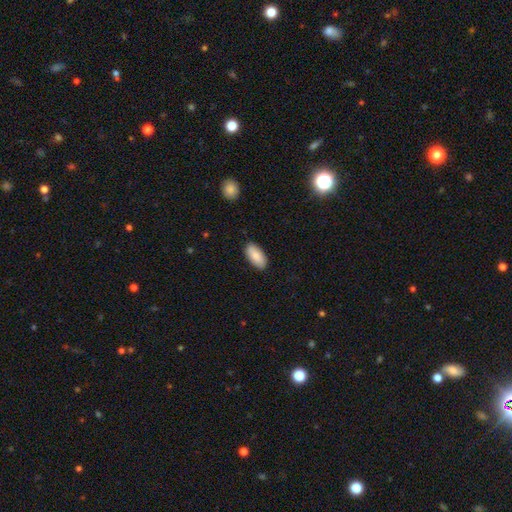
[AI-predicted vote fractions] Smooth or featured? Predicted: smooth (p=0.85). How rounded? Predicted: in between (p=0.92). Merging? Predicted: none (p=0.86).